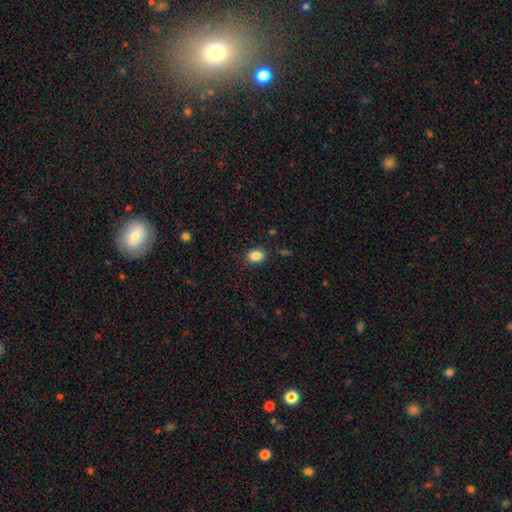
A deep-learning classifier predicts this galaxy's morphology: Smooth or featured: smooth — 86% (star or artifact — 10%)
How rounded: in between — 56% (round — 43%)
Merging: none — 88% (minor disturbance — 8%)